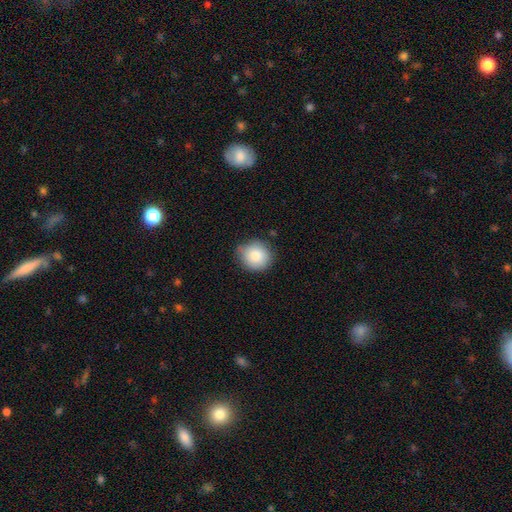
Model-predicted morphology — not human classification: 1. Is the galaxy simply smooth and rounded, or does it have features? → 85% smooth, 8% star or artifact, 7% featured or disk.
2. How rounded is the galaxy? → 88% round, 11% in between, 1% cigar-shaped.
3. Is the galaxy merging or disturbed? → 75% none, 20% minor disturbance, 3% major disturbance, 2% merger.